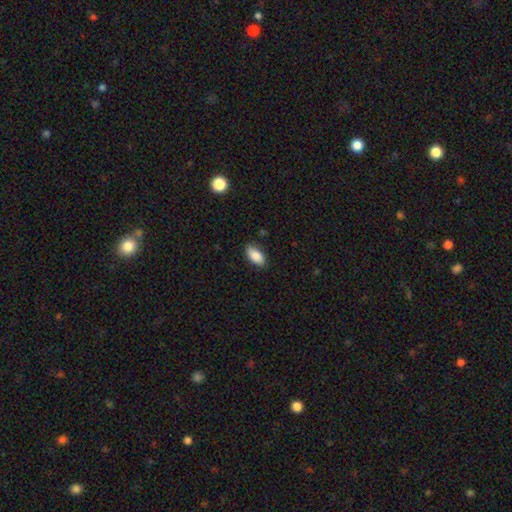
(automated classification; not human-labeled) Smooth or featured: smooth — 86% (featured or disk — 7%)
How rounded: in between — 92% (cigar-shaped — 5%)
Merging: none — 85% (minor disturbance — 11%)